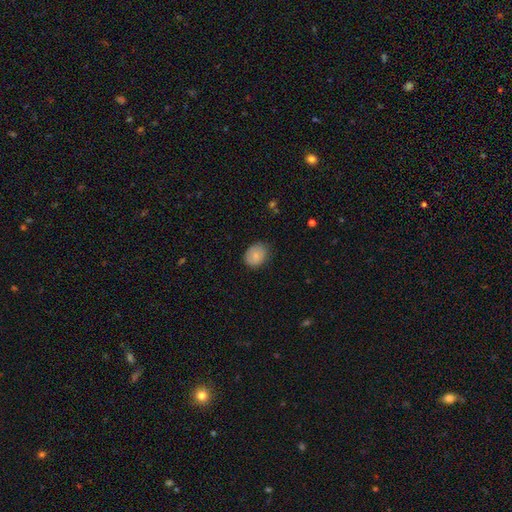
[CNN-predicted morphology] smooth-or-featured: smooth: 79% | featured or disk: 13% | star or artifact: 7%
  how-rounded: in between: 51% | round: 48% | cigar-shaped: 1%
  merging: none: 72% | minor disturbance: 22% | major disturbance: 5% | merger: 1%